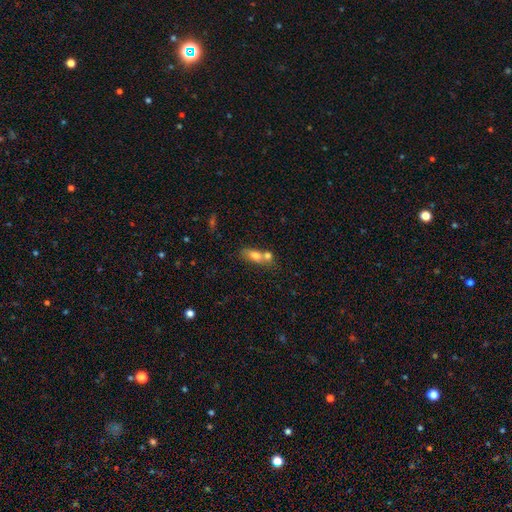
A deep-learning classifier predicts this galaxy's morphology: Q: Smooth or featured?
A: smooth (71%); runner-up: featured or disk (19%)
Q: How rounded?
A: in between (66%); runner-up: round (19%)
Q: Merging?
A: merger (61%); runner-up: none (26%)